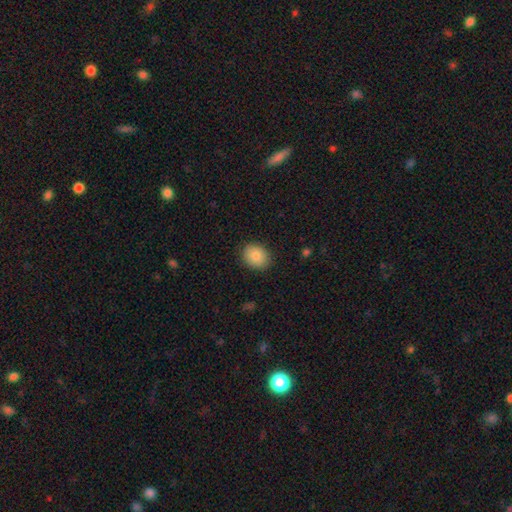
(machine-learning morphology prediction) smooth 86%, star or artifact 8%, featured or disk 6%. Down the decision tree: how rounded — round (52%); merging — none (88%).